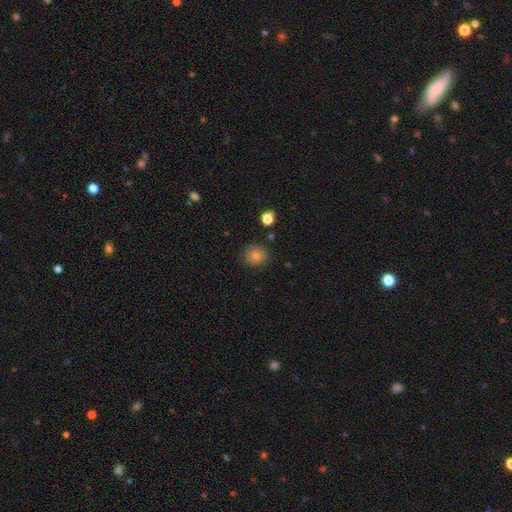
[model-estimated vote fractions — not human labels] This is likely a smooth galaxy (77%). How rounded: clearly round (87%). Merging: clearly none (84%).